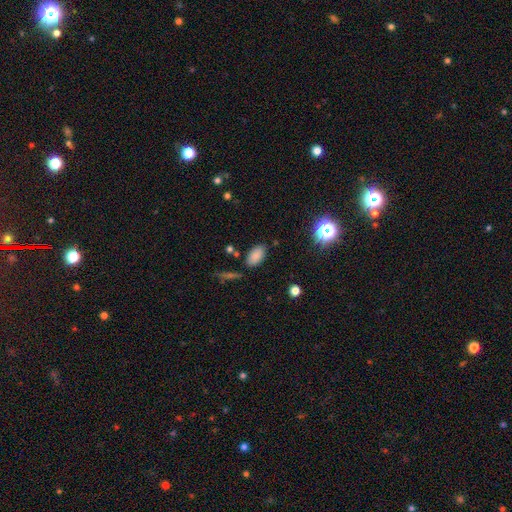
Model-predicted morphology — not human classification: This is clearly a smooth galaxy (83%). How rounded: clearly in between (93%). Merging: clearly none (82%).